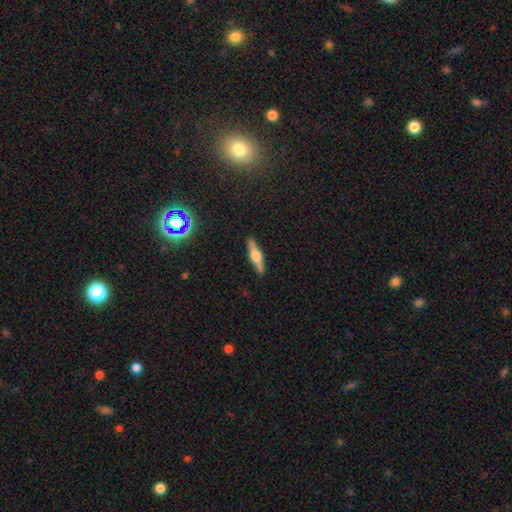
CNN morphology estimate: Smooth or featured? Predicted: featured or disk (p=0.55). Edge-on disk? Predicted: yes (p=0.95). Edge-on bulge? Predicted: rounded (p=0.89). Merging? Predicted: none (p=0.90).